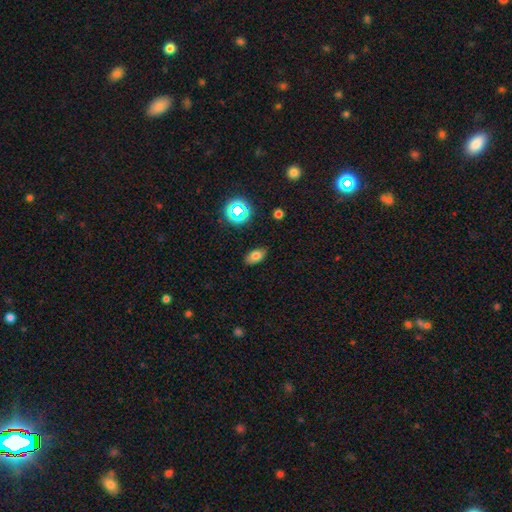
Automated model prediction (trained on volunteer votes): smooth 72%, star or artifact 15%, featured or disk 13%. Down the decision tree: how rounded — in between (89%); merging — none (86%).